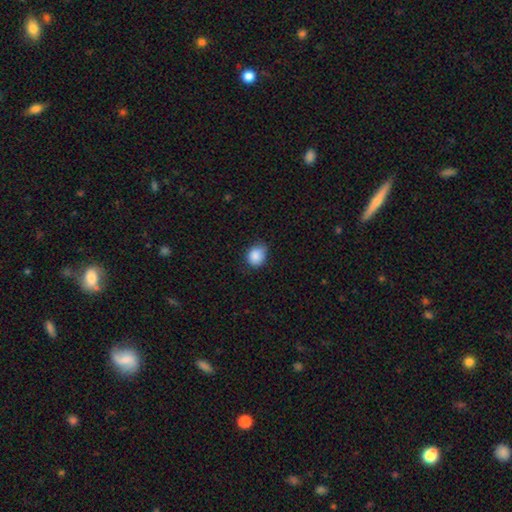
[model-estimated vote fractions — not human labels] Smooth or featured? Predicted: smooth (p=0.87). How rounded? Predicted: round (p=0.58). Merging? Predicted: none (p=0.67).